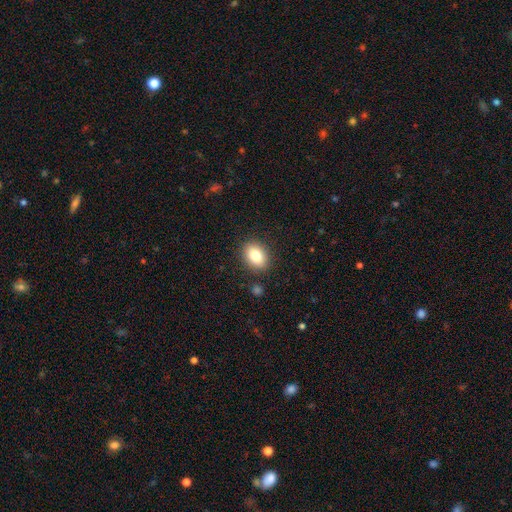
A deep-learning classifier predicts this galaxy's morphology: Overall: smooth (81%). How rounded: in between (68%; round 31%). Merging: none (88%).